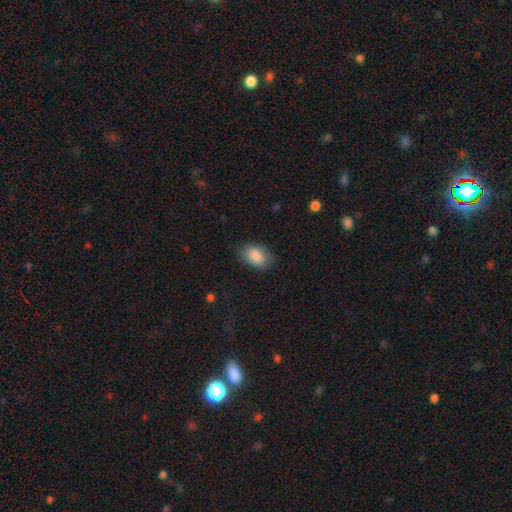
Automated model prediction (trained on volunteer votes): A smooth galaxy with no disk features (86%) that is in between round and cigar-shaped (90%). Merging: none (76%).